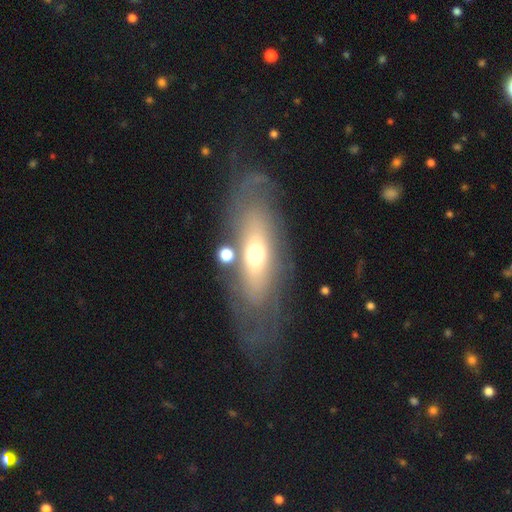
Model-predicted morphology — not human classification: Smooth or featured: featured or disk — 62% (smooth — 30%)
Edge-on disk: no — 72% (yes — 28%)
Merging: none — 63% (minor disturbance — 18%)